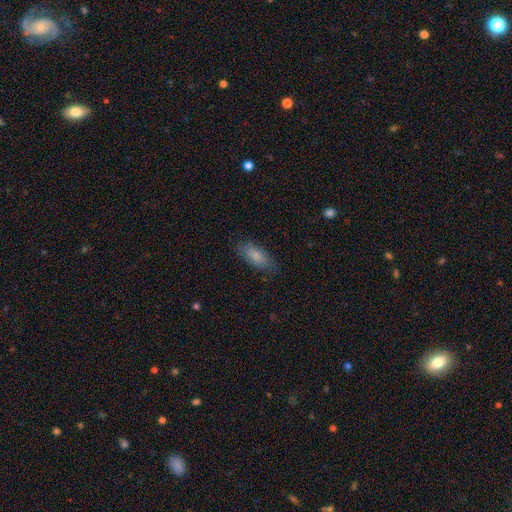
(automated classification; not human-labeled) smooth 82%, featured or disk 11%, star or artifact 6%. Down the decision tree: how rounded — in between (77%); merging — none (80%).